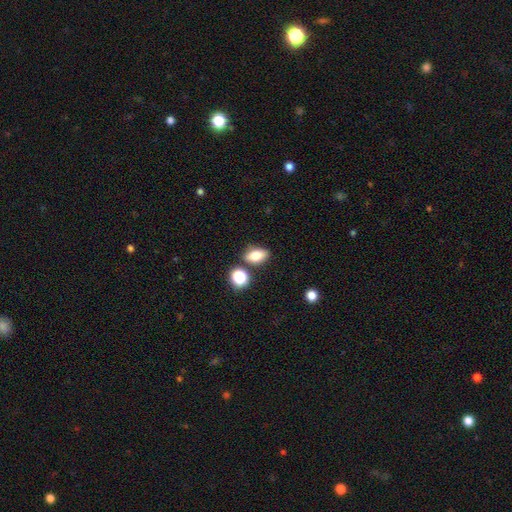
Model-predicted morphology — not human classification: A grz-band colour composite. It shows a smooth galaxy with no disk features (77%) that is in between round and cigar-shaped (79%). Merging: none (76%).